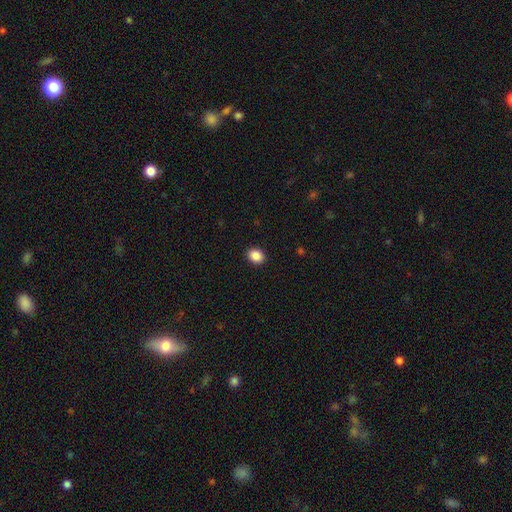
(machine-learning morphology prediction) Smooth or featured? smooth (89%)
How rounded? round (52%)
Merging? none (92%)